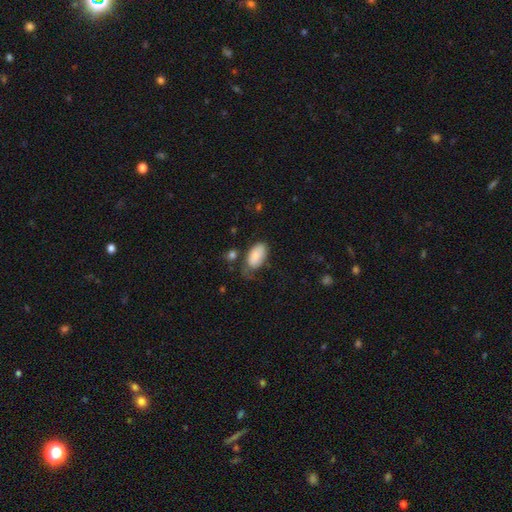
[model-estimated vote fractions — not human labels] This appears to be a smooth galaxy with no disk features (81%) that is in between round and cigar-shaped (95%). Merging: none (46%).